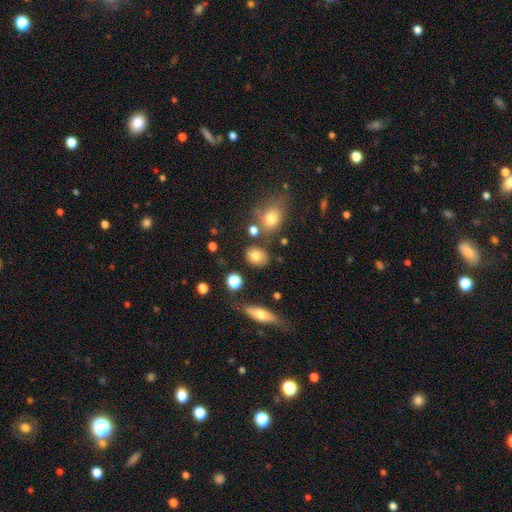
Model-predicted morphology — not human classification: This appears to be a smooth galaxy with no disk features (78%) that is round (56%). Merging: none (78%).